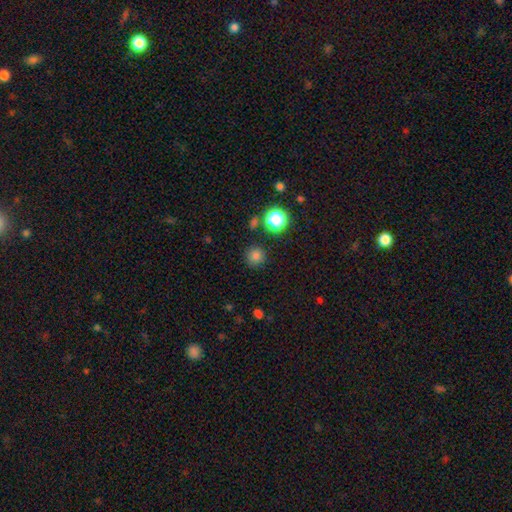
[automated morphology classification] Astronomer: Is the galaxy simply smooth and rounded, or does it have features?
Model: smooth — 79%.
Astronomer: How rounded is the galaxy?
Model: round — 94%.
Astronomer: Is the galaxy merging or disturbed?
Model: none — 87%.